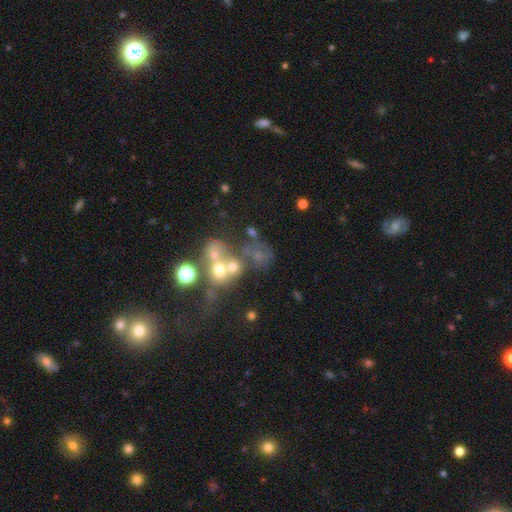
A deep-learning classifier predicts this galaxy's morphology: Overall: featured or disk (36%; smooth 35%). Merging: merger (47%; none 28%).